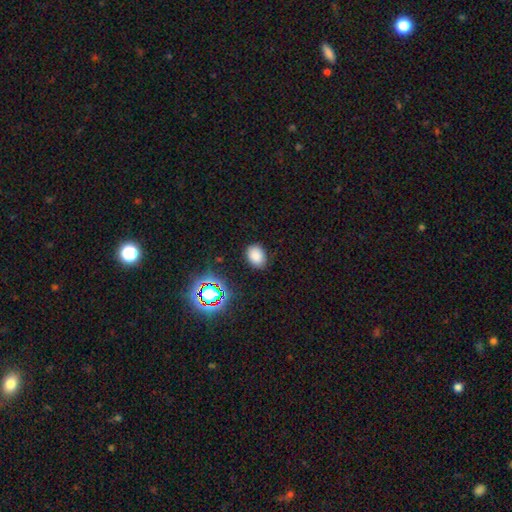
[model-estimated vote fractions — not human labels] Smooth or featured?
  - smooth: 80% *
  - star or artifact: 15%
  - featured or disk: 5%
How rounded?
  - in between: 75% *
  - round: 24%
  - cigar-shaped: 1%
Merging?
  - none: 84% *
  - minor disturbance: 12%
  - major disturbance: 3%
  - merger: 1%